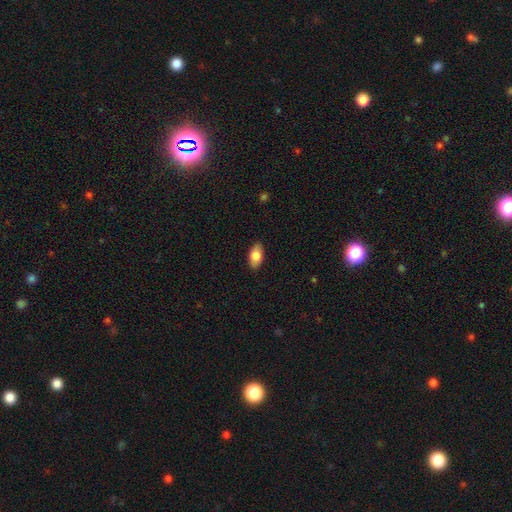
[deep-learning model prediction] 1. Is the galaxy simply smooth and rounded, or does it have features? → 81% smooth, 13% featured or disk, 7% star or artifact.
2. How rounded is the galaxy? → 93% in between, 4% round, 4% cigar-shaped.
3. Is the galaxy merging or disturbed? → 88% none, 9% minor disturbance, 2% major disturbance, 1% merger.